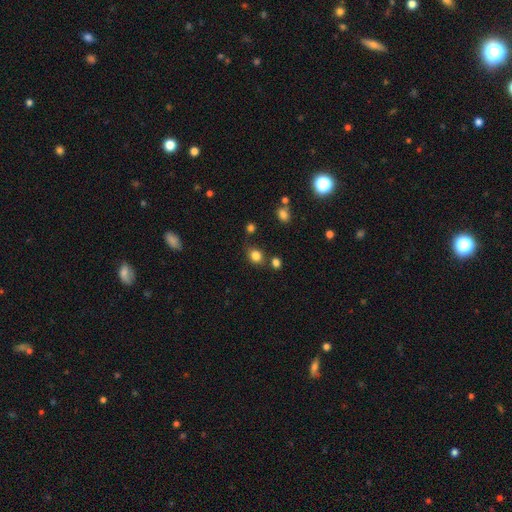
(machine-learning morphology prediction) Smooth or featured: smooth — 82% (star or artifact — 12%)
How rounded: round — 64% (in between — 35%)
Merging: none — 73% (minor disturbance — 15%)